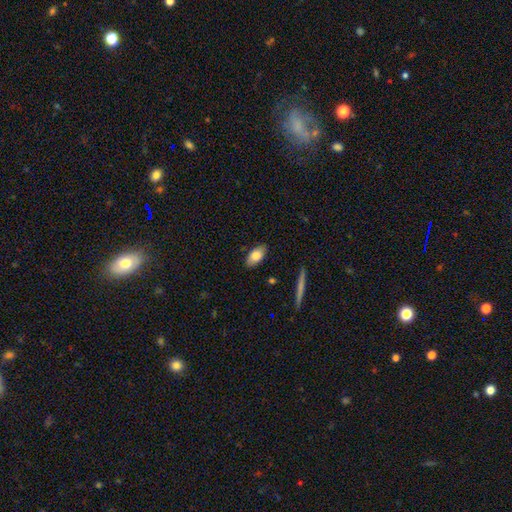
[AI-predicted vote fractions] Smooth or featured? smooth (80%)
How rounded? in between (91%)
Merging? none (86%)